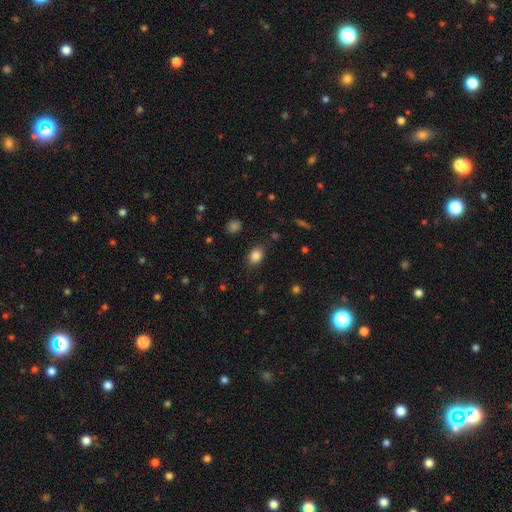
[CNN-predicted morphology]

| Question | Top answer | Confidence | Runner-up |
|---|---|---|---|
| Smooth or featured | smooth | 85% | star or artifact (10%) |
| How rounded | in between | 65% | round (34%) |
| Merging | none | 84% | minor disturbance (11%) |